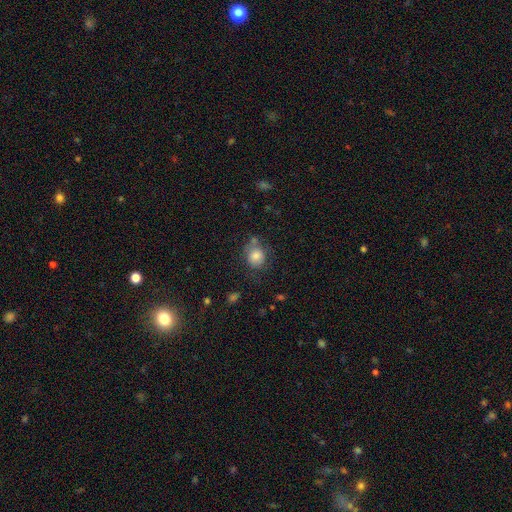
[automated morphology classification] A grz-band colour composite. It shows a smooth galaxy with no disk features (79%) that is round (69%). Merging: none (63%).